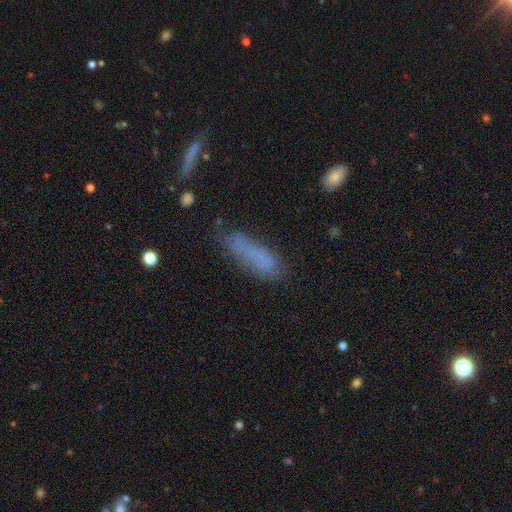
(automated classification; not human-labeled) Smooth or featured? smooth (69%)
How rounded? cigar-shaped (55%)
Merging? none (54%)